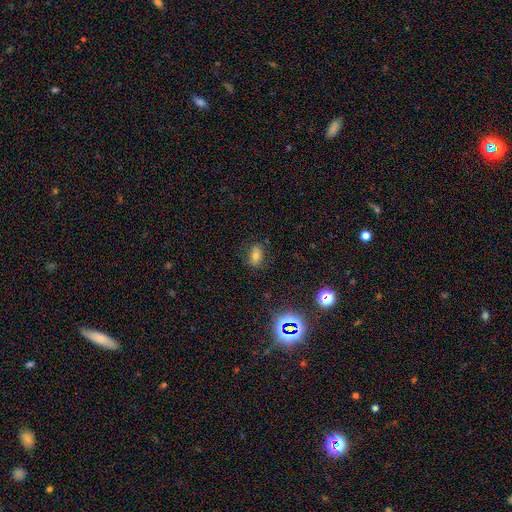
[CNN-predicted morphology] Overall: smooth (63%). How rounded: in between (75%). Merging: none (79%).